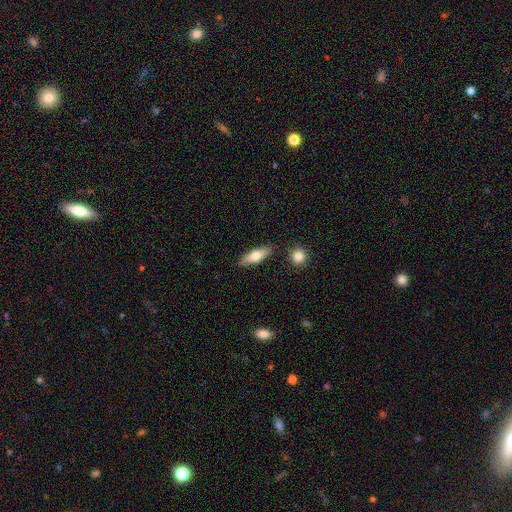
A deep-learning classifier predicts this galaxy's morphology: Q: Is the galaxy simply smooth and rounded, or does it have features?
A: smooth — 68%.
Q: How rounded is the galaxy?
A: in between — 56%.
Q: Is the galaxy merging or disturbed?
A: none — 83%.